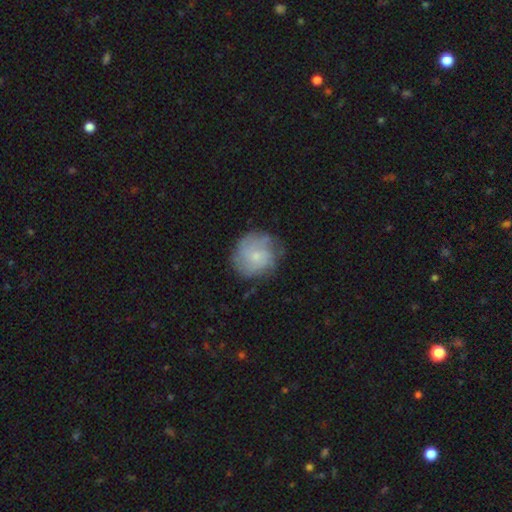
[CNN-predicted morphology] This appears to be a featured or disk galaxy (51%). Merging: none (68%).